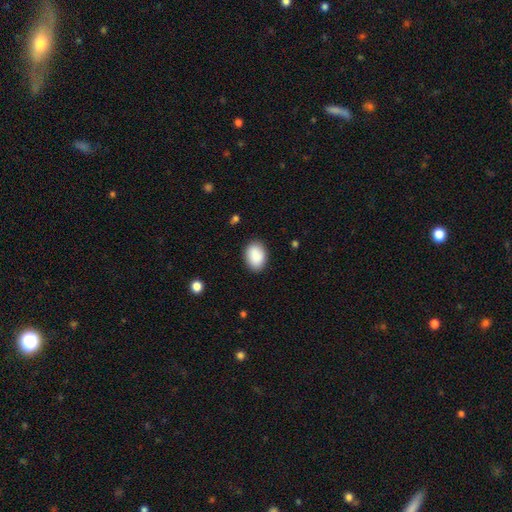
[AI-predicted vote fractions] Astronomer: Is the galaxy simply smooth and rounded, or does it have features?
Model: smooth — 90%.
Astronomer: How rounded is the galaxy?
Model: in between — 82%.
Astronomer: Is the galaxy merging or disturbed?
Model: none — 86%.